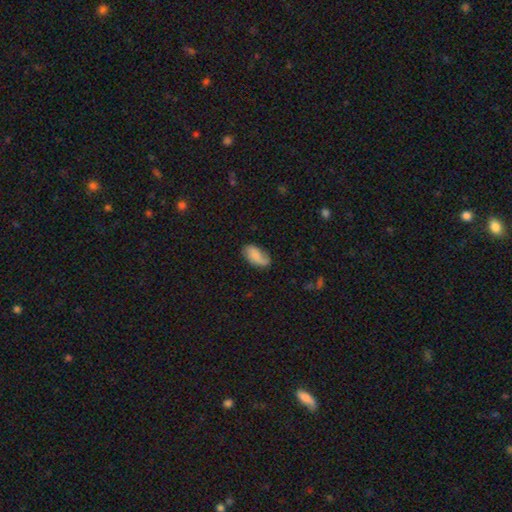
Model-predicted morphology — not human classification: Smooth or featured? Predicted: smooth (p=0.62). How rounded? Predicted: in between (p=0.93). Merging? Predicted: none (p=0.66).